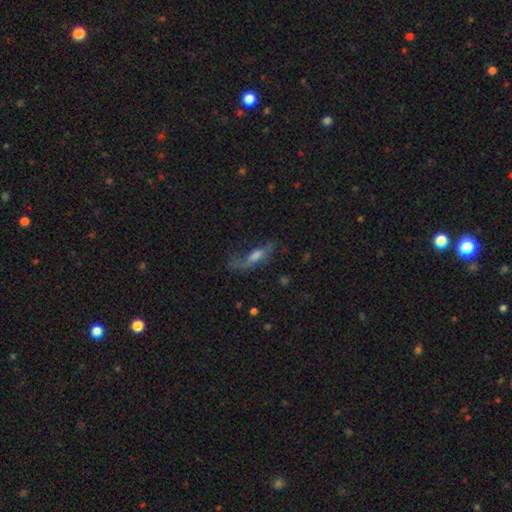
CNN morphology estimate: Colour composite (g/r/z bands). It shows a featured or disk galaxy (45%). Merging: none (40%).